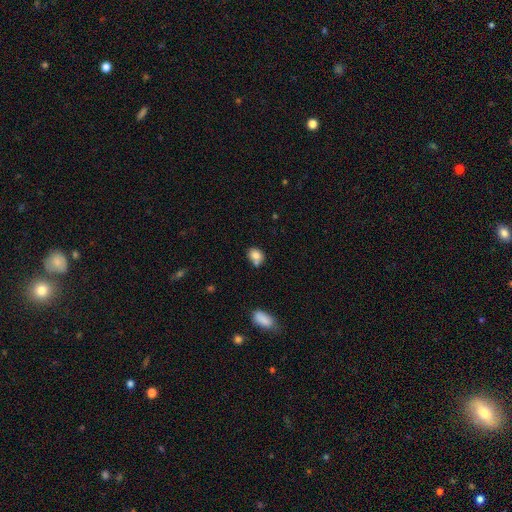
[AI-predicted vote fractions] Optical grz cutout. It shows a smooth galaxy with no disk features (80%) that is round (50%). Merging: none (52%).